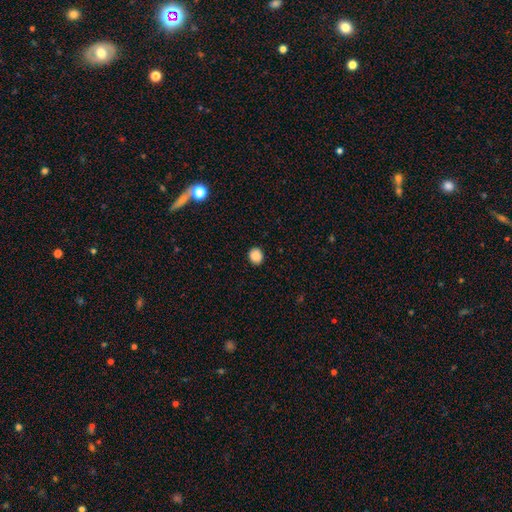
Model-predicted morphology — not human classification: Smooth or featured? smooth (88%)
How rounded? round (70%)
Merging? none (90%)